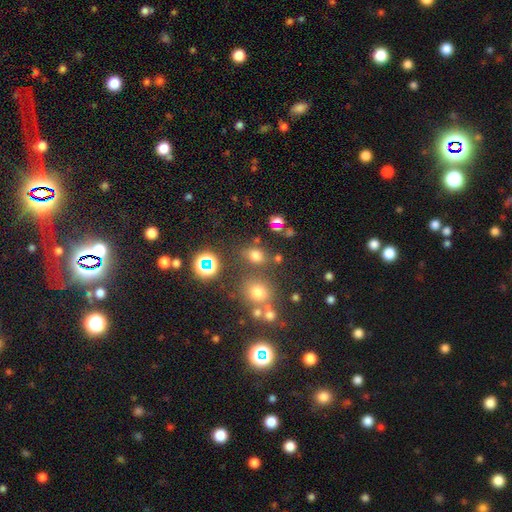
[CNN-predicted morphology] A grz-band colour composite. It shows a smooth galaxy with no disk features (67%) that is round (52%). Merging: none (70%).